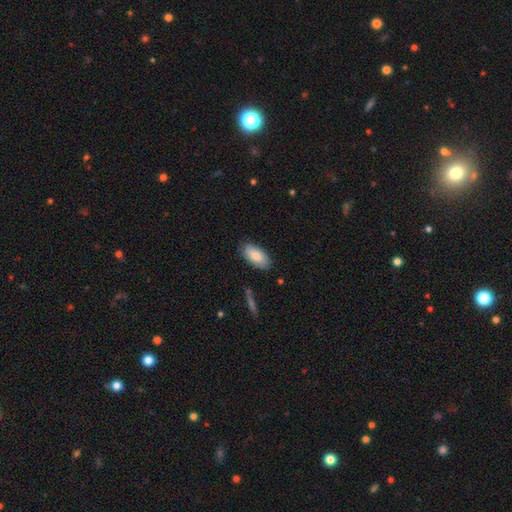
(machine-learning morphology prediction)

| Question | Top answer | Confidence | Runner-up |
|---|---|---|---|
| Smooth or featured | smooth | 85% | featured or disk (9%) |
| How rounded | in between | 93% | cigar-shaped (5%) |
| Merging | none | 83% | minor disturbance (13%) |